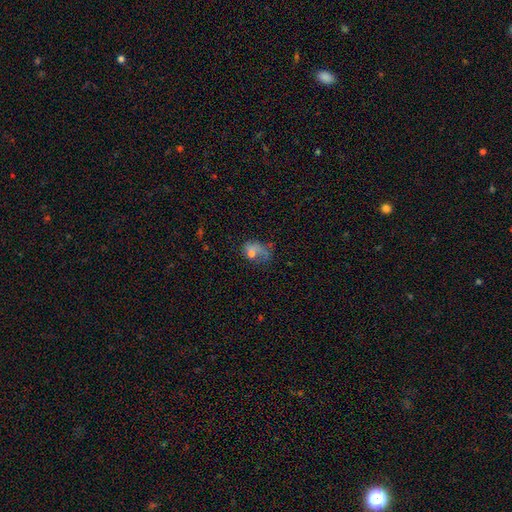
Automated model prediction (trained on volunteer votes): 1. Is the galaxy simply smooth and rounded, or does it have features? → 58% smooth, 28% featured or disk, 14% star or artifact.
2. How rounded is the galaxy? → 62% in between, 36% round, 2% cigar-shaped.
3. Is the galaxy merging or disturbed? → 41% major disturbance, 27% none, 24% minor disturbance, 8% merger.